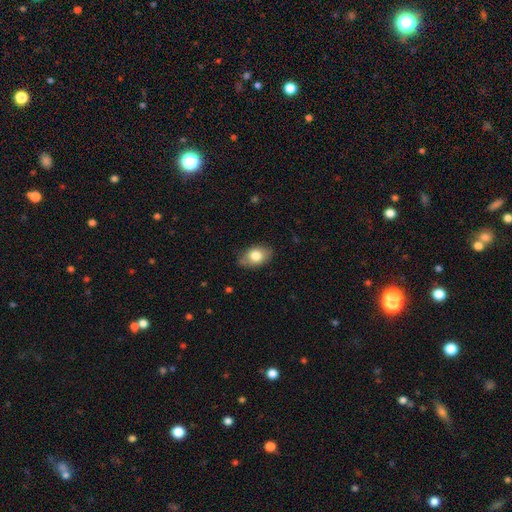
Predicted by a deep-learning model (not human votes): Q: Smooth or featured?
A: smooth (79%); runner-up: featured or disk (14%)
Q: How rounded?
A: in between (83%); runner-up: round (15%)
Q: Merging?
A: none (76%); runner-up: minor disturbance (19%)